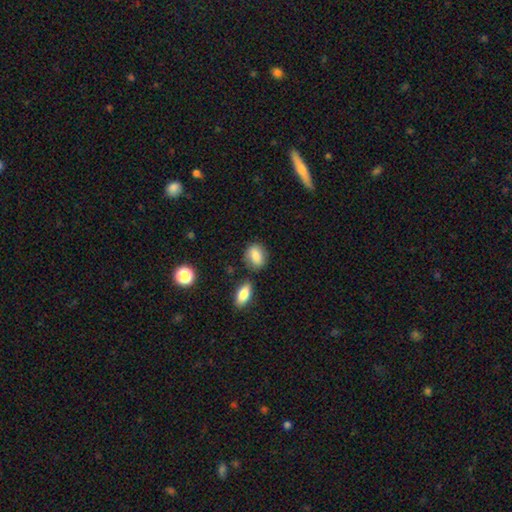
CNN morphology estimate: Overall: smooth (84%). How rounded: in between (68%; round 29%). Merging: none (71%).